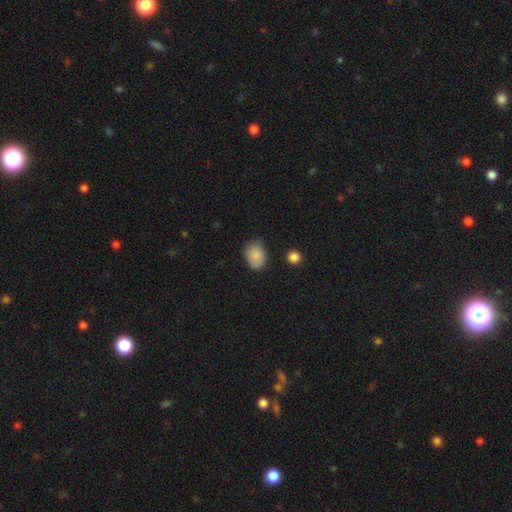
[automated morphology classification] Q: Smooth or featured?
A: smooth (85%); runner-up: star or artifact (8%)
Q: How rounded?
A: in between (69%); runner-up: round (30%)
Q: Merging?
A: none (69%); runner-up: minor disturbance (24%)